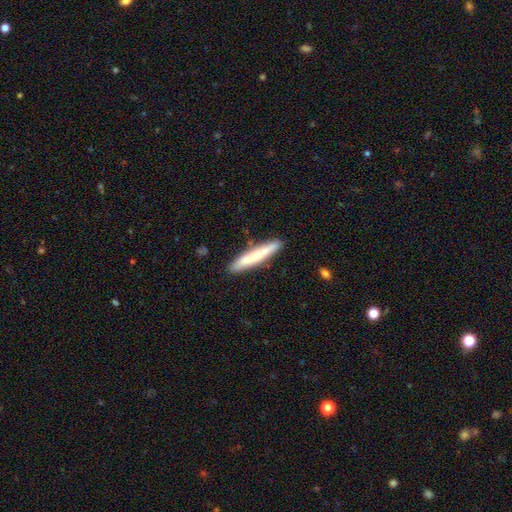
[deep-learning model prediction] Overall: smooth (63%; featured or disk 32%). How rounded: cigar-shaped (93%). Merging: none (87%).